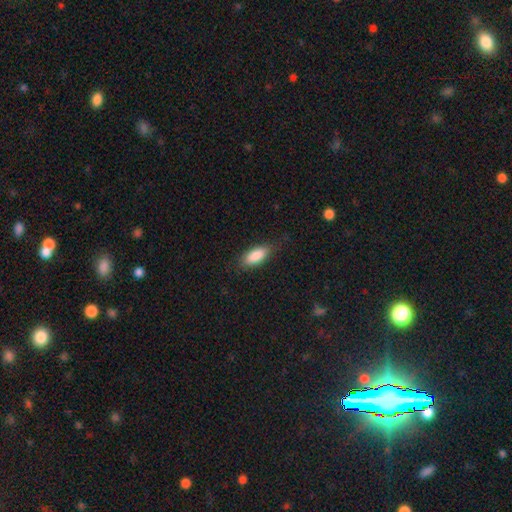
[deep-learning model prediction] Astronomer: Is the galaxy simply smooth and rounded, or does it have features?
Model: smooth — 87%.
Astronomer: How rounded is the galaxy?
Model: in between — 81%.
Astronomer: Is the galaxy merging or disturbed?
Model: none — 79%.